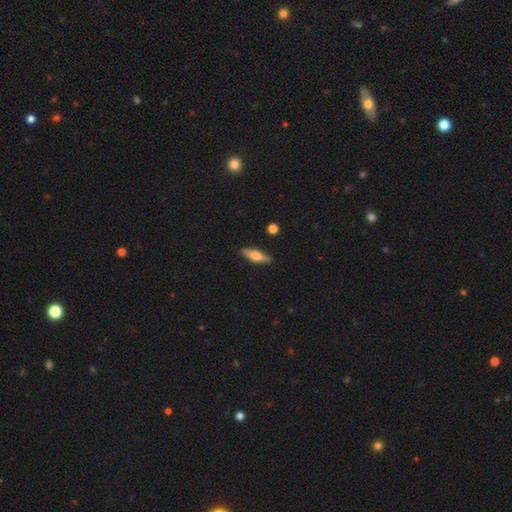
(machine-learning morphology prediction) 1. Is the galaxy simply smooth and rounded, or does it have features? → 50% smooth, 44% featured or disk, 6% star or artifact.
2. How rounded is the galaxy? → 56% cigar-shaped, 41% in between, 3% round.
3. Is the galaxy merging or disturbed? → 89% none, 8% minor disturbance, 2% major disturbance, 2% merger.